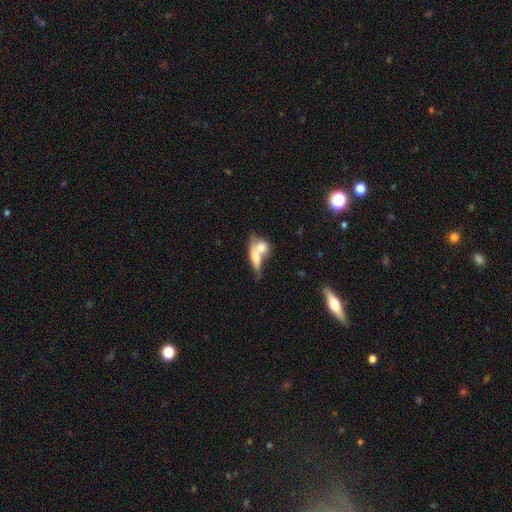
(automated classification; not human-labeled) Smooth or featured?
  - smooth: 64% *
  - featured or disk: 29%
  - star or artifact: 7%
How rounded?
  - in between: 59% *
  - cigar-shaped: 23%
  - round: 17%
Merging?
  - merger: 67% *
  - none: 19%
  - minor disturbance: 8%
  - major disturbance: 6%